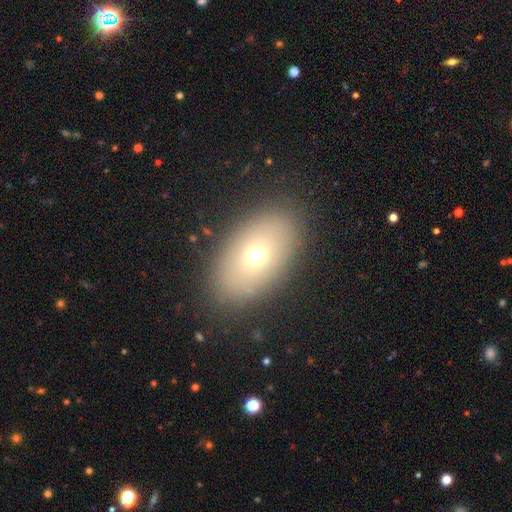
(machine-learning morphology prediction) Q: Smooth or featured?
A: smooth (66%); runner-up: featured or disk (21%)
Q: How rounded?
A: in between (86%); runner-up: round (12%)
Q: Merging?
A: none (86%); runner-up: minor disturbance (9%)